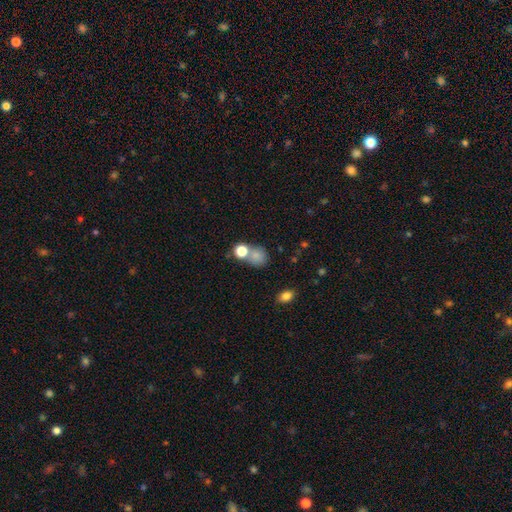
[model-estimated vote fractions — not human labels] smooth-or-featured: smooth: 78% | star or artifact: 13% | featured or disk: 8%
  how-rounded: round: 71% | in between: 27% | cigar-shaped: 1%
  merging: none: 49% | merger: 34% | minor disturbance: 12% | major disturbance: 6%